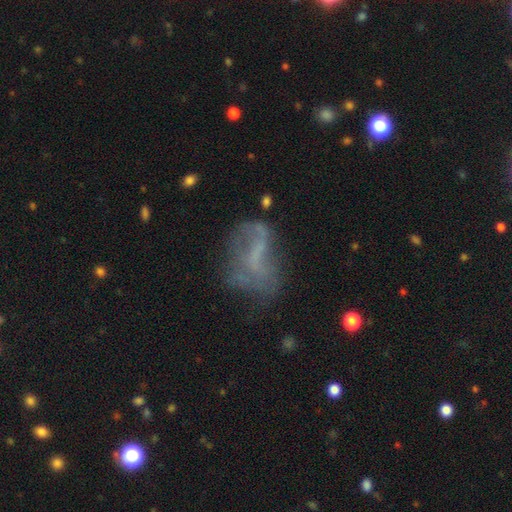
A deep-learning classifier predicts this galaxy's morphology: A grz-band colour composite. It shows a featured or disk galaxy (53%). Merging: none (45%).